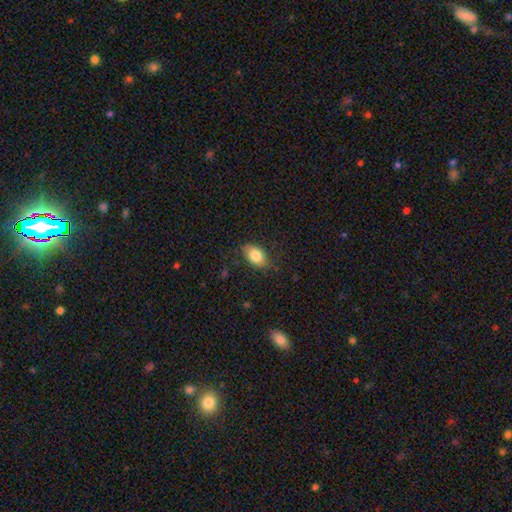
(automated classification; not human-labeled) smooth_or_featured: smooth (p=0.82) [alt: featured or disk p=0.11]
how_rounded: in between (p=0.90) [alt: round p=0.08]
merging: none (p=0.78) [alt: minor disturbance p=0.16]